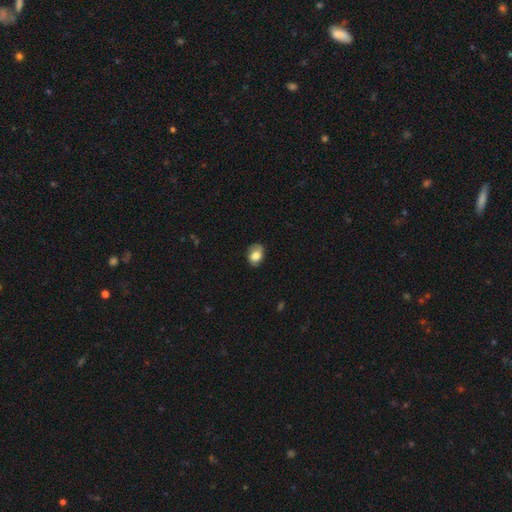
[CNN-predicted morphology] Overall: smooth (73%). How rounded: in between (68%; round 31%). Merging: none (74%).